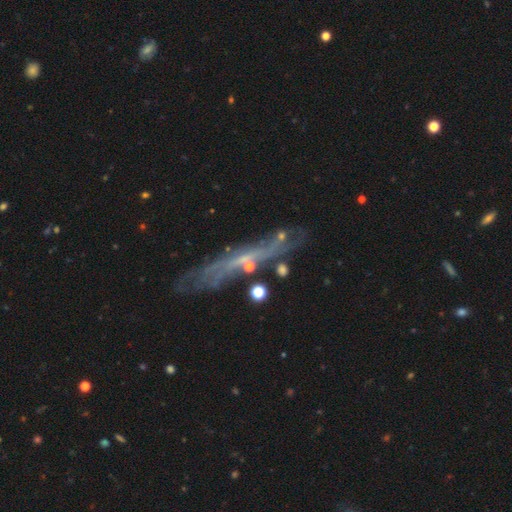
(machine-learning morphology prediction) This is likely a featured or disk galaxy (63%). It is likely viewed edge-on (68%). Merging: likely none (72%).